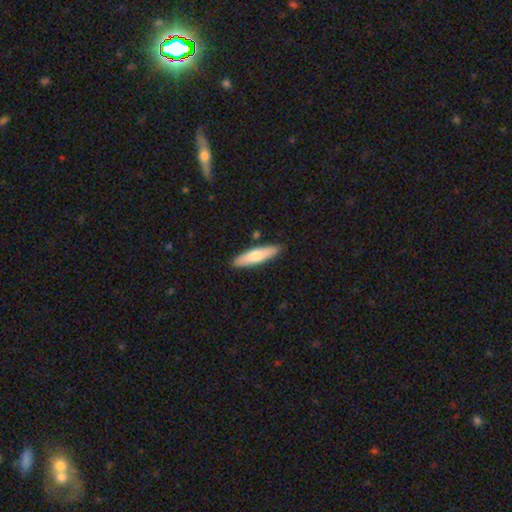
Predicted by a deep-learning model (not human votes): Smooth or featured? Predicted: smooth (p=0.70). How rounded? Predicted: cigar-shaped (p=0.69). Merging? Predicted: none (p=0.86).